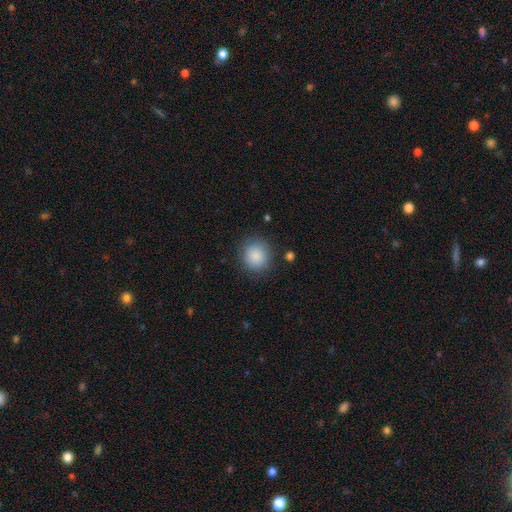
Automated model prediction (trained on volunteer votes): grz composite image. It shows a smooth galaxy with no disk features (88%) that is round (88%). Merging: none (86%).